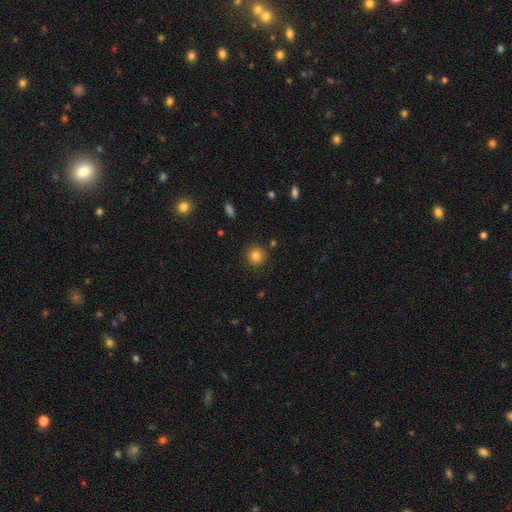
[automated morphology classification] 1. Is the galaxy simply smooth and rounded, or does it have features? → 82% smooth, 11% star or artifact, 6% featured or disk.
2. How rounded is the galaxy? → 93% round, 7% in between, 1% cigar-shaped.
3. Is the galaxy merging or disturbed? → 89% none, 7% minor disturbance, 2% major disturbance, 2% merger.